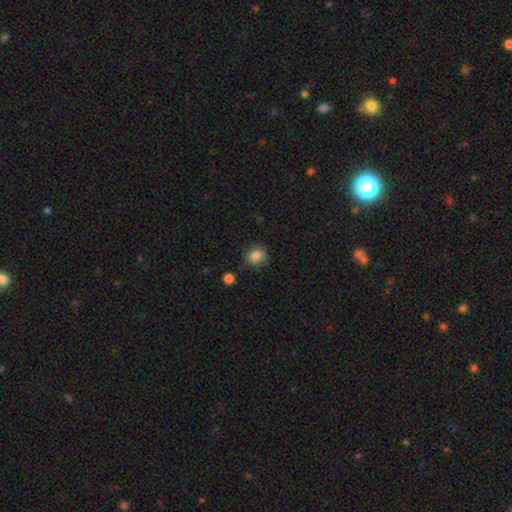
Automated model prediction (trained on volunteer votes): smooth-or-featured: smooth: 85% | star or artifact: 10% | featured or disk: 5%
  how-rounded: round: 67% | in between: 32% | cigar-shaped: 1%
  merging: none: 80% | minor disturbance: 14% | major disturbance: 3% | merger: 3%